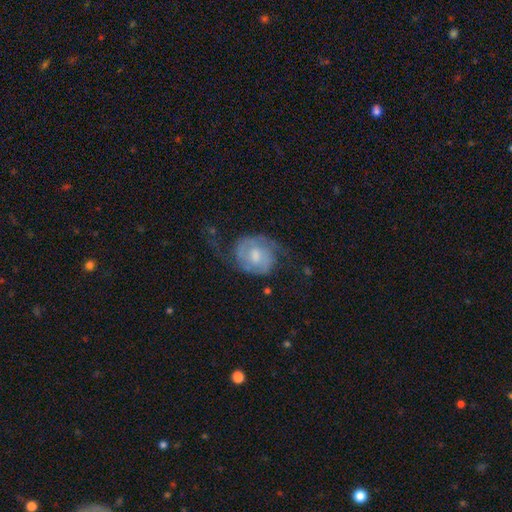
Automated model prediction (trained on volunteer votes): Overall: featured or disk (72%). Edge-on disk: no (97%). Bar: no (49%; weak 43%). Spiral arms: yes (88%). Spiral arm count: 2 (76%). Spiral winding: medium (42%; tight 32%). Bulge size: moderate (54%; small 27%). Merging: none (54%; major disturbance 22%).